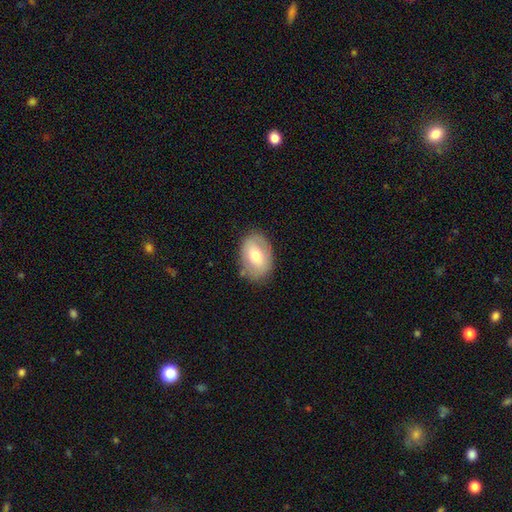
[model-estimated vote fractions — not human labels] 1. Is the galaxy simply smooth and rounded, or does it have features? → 61% smooth, 32% featured or disk, 7% star or artifact.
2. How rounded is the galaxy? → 81% in between, 18% round, 1% cigar-shaped.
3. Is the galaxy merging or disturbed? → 79% none, 15% minor disturbance, 4% major disturbance, 2% merger.